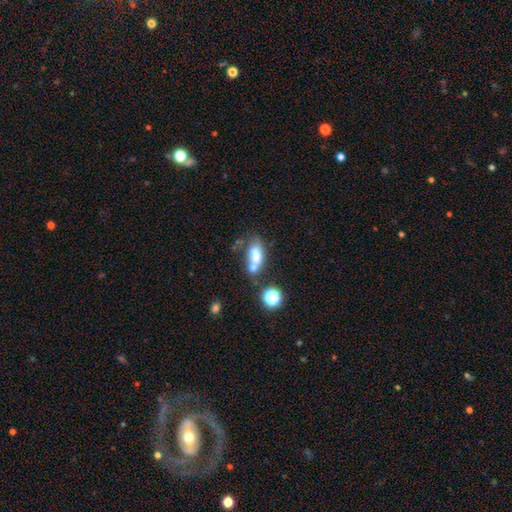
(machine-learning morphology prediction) Smooth or featured? Predicted: smooth (p=0.66). How rounded? Predicted: in between (p=0.76). Merging? Predicted: merger (p=0.41).